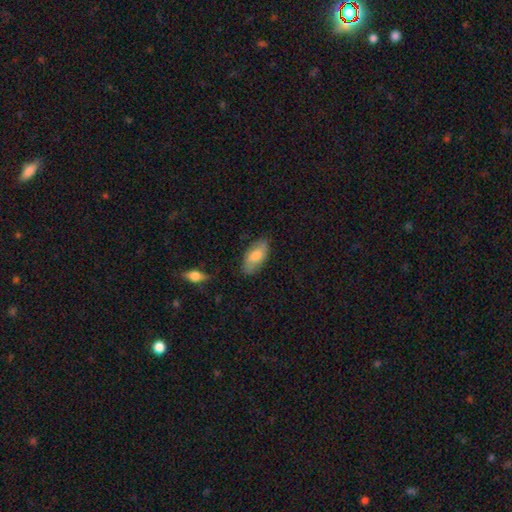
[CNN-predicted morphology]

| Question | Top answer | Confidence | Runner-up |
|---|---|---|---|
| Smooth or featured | smooth | 70% | featured or disk (23%) |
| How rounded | in between | 91% | cigar-shaped (6%) |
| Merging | none | 78% | minor disturbance (17%) |